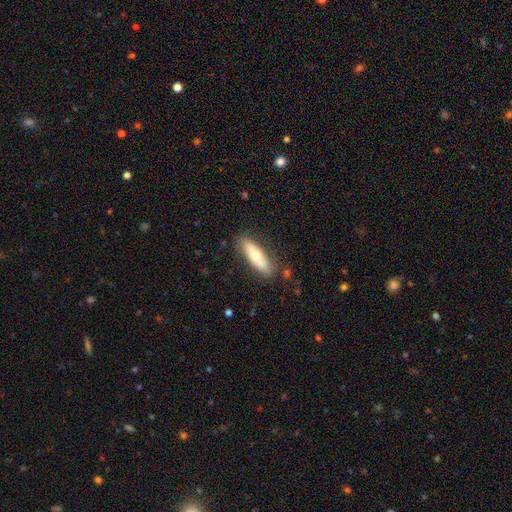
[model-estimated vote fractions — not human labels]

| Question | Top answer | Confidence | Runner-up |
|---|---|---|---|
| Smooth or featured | smooth | 58% | featured or disk (36%) |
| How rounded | in between | 51% | cigar-shaped (47%) |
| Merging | none | 82% | minor disturbance (13%) |